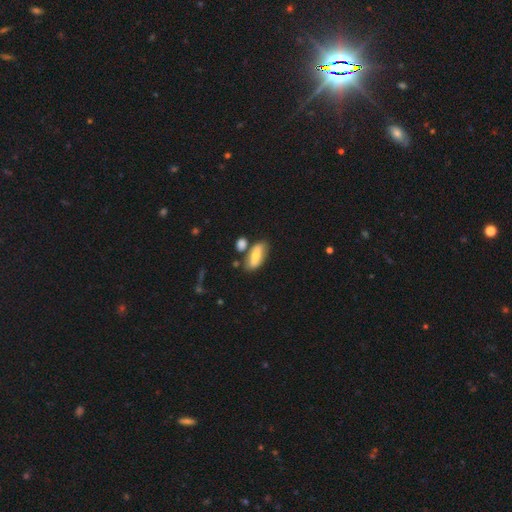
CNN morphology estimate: This is likely a smooth galaxy (70%). How rounded: likely in between (80%). Merging: likely none (65%).